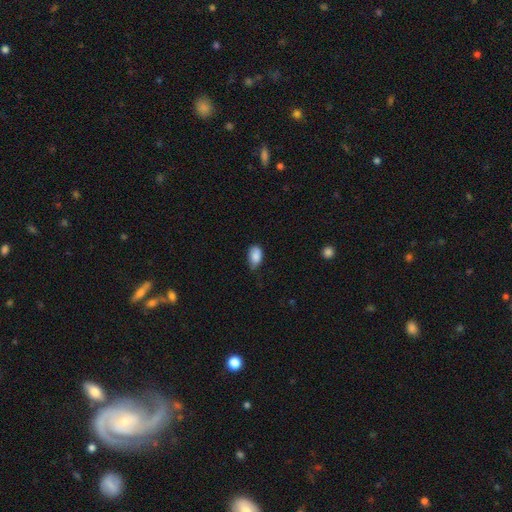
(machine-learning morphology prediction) Smooth or featured: smooth — 87% (star or artifact — 7%)
How rounded: in between — 91% (round — 7%)
Merging: none — 56% (minor disturbance — 37%)